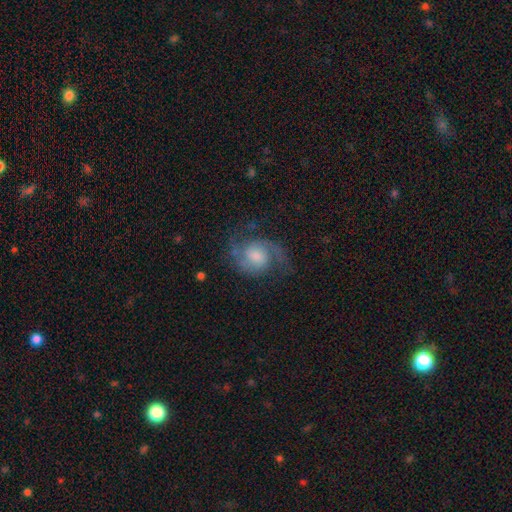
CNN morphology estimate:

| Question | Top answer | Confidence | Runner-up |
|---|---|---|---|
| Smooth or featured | featured or disk | 83% | smooth (10%) |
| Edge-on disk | no | 98% | yes (2%) |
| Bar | no | 54% | weak (39%) |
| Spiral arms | yes | 97% | no (3%) |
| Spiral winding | medium | 55% | loose (25%) |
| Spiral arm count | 2 | 90% | can't tell (3%) |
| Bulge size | moderate | 40% | large (22%) |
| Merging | none | 72% | minor disturbance (17%) |